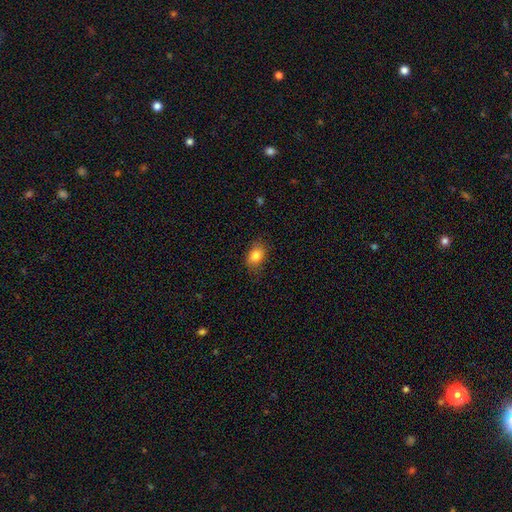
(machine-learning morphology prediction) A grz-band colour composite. It shows a smooth galaxy with no disk features (82%) that is in between round and cigar-shaped (75%). Merging: none (78%).